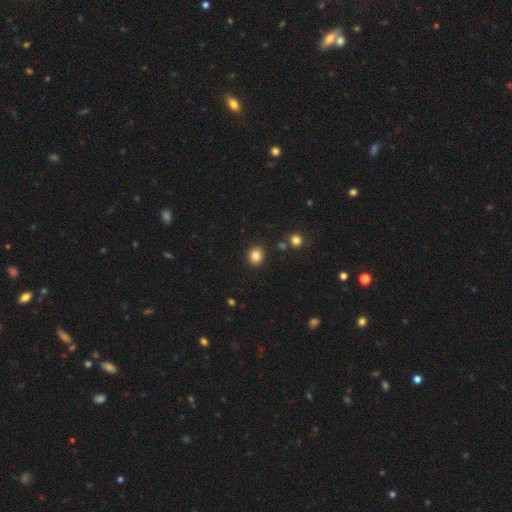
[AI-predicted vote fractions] smooth 85%, star or artifact 11%, featured or disk 5%. Down the decision tree: how rounded — round (76%); merging — none (89%).